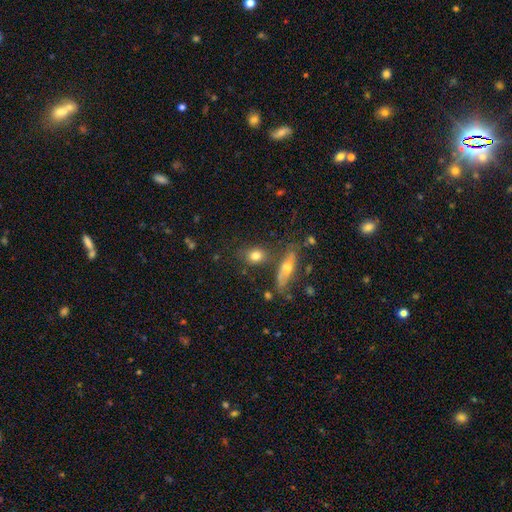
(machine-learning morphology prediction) Smooth or featured: smooth — 77% (featured or disk — 13%)
How rounded: in between — 57% (round — 37%)
Merging: none — 68% (merger — 14%)